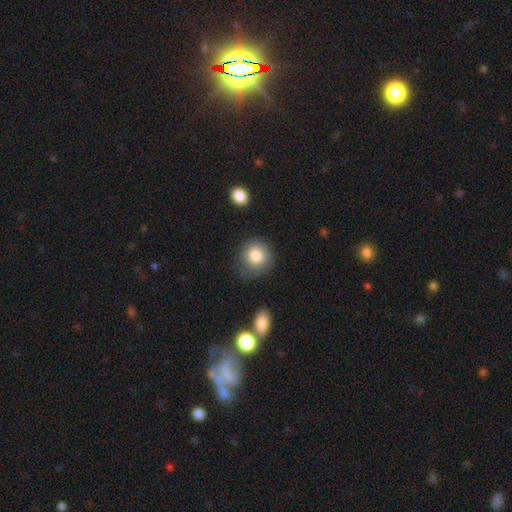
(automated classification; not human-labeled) Overall: smooth (82%). How rounded: round (86%). Merging: none (69%).